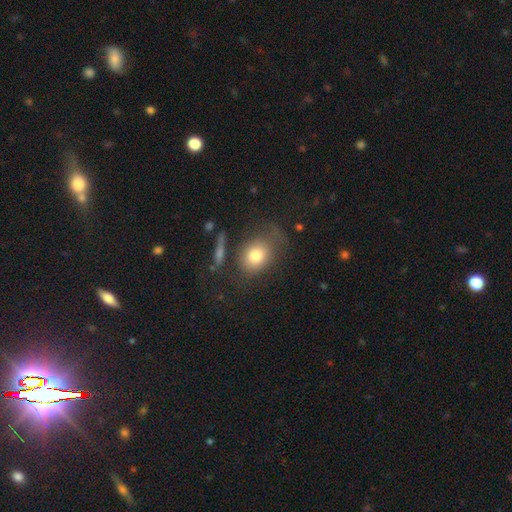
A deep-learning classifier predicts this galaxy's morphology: Overall: smooth (78%). How rounded: in between (50%; round 48%). Merging: none (60%; minor disturbance 21%).